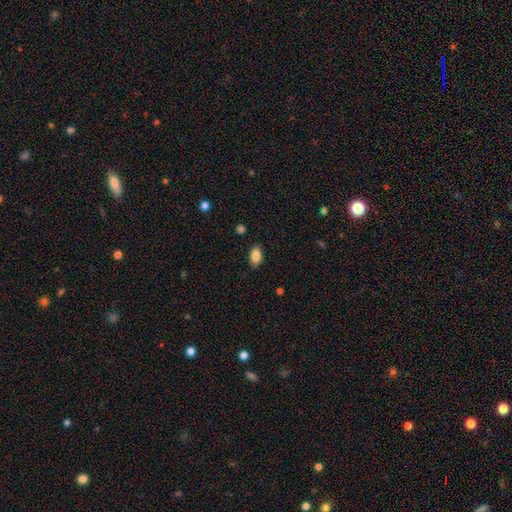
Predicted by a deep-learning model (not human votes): A smooth galaxy with no disk features (86%) that is in between round and cigar-shaped (90%). Merging: none (86%).